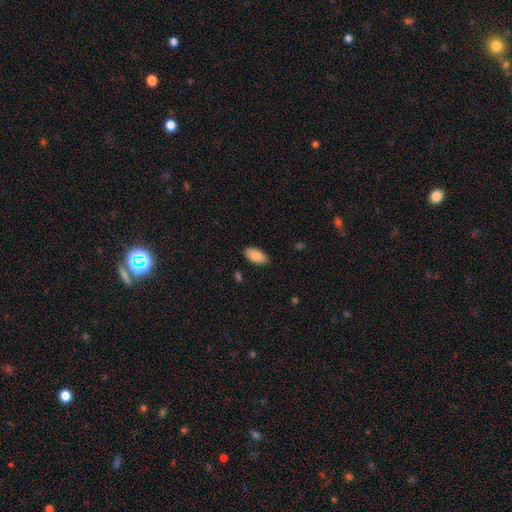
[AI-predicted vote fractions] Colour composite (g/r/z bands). It shows a smooth galaxy with no disk features (88%) that is in between round and cigar-shaped (94%). Merging: none (86%).